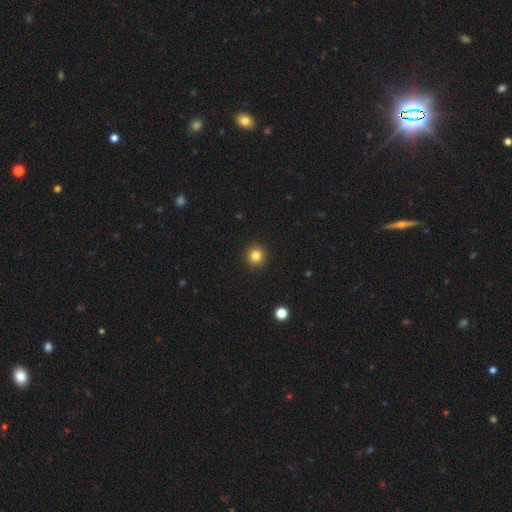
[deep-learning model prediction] This is clearly a smooth galaxy (83%). How rounded: clearly round (94%). Merging: clearly none (93%).